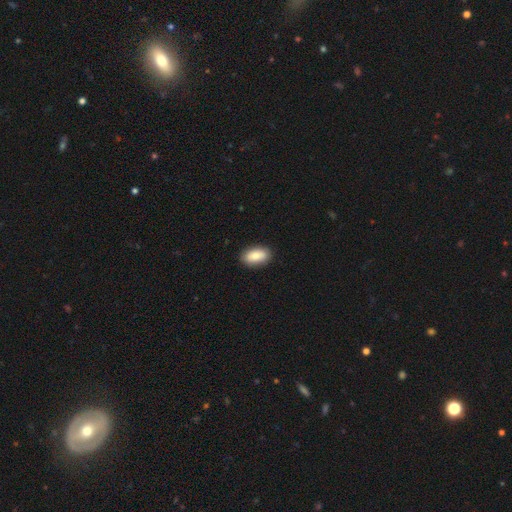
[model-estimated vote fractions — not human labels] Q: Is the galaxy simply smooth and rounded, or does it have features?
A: smooth — 82%.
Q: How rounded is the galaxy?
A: in between — 92%.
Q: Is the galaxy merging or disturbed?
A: none — 88%.